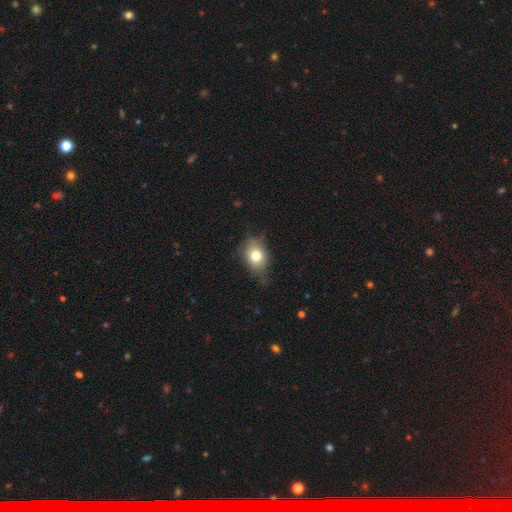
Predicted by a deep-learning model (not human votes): smooth_or_featured: smooth (p=0.74) [alt: featured or disk p=0.16]
how_rounded: in between (p=0.59) [alt: round p=0.40]
merging: none (p=0.57) [alt: minor disturbance p=0.32]